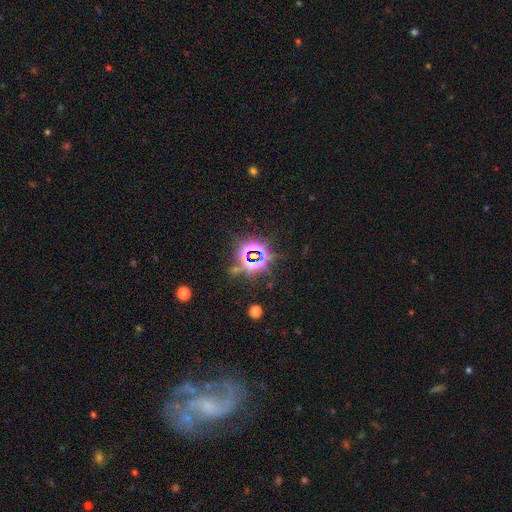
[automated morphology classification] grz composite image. It shows a star or artifact, not a galaxy (59%).